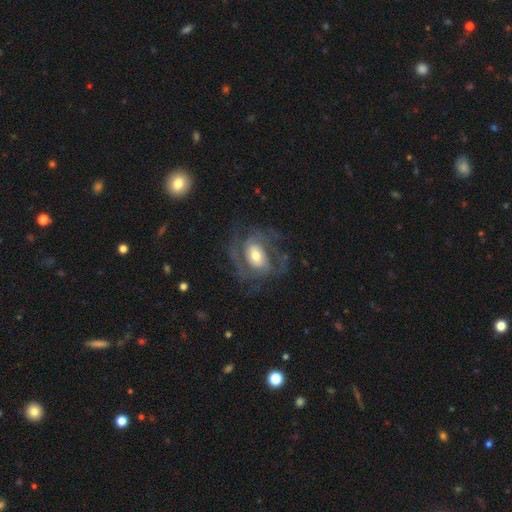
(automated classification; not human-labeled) The model was most divided on "bar": weak: 42%, no: 40%, strong: 18%. Remaining: edge-on disk — no (97%); spiral arms — yes (94%); smooth or featured — featured or disk (84%); merging — none (63%); bulge size — moderate (60%); spiral winding — medium (49%); spiral arm count — 2 (43%).